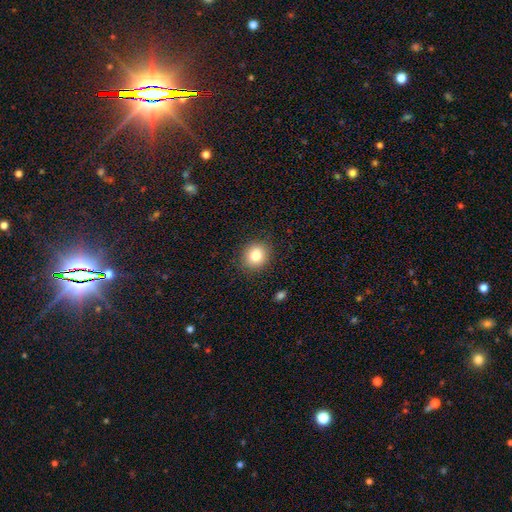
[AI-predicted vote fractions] A smooth galaxy with no disk features (82%) that is round (80%). Merging: none (88%).